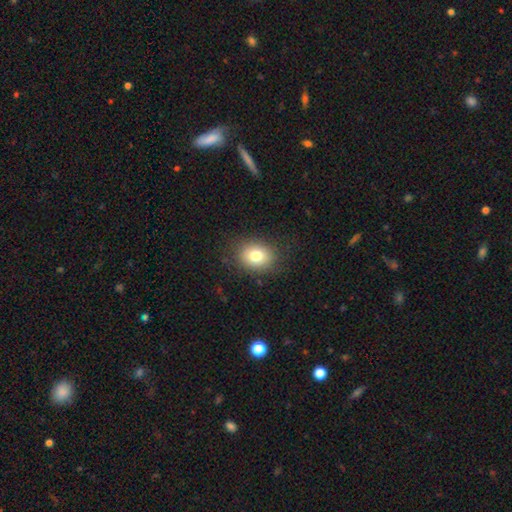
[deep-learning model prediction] A smooth galaxy with no disk features (78%) that is round (50%). Merging: none (84%).